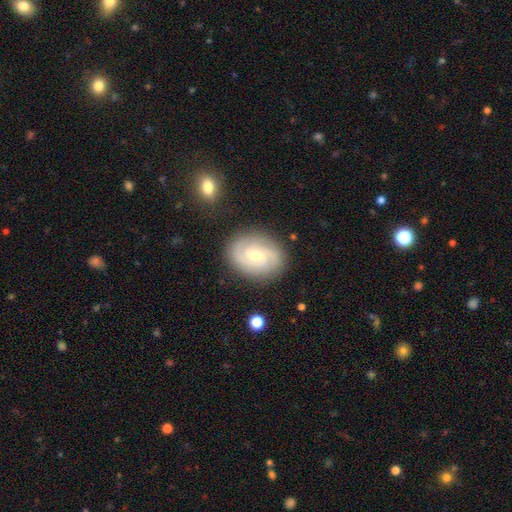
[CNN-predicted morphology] Smooth or featured: featured or disk — 82% (smooth — 13%)
Edge-on disk: no — 97% (yes — 3%)
Bar: weak — 51% (no — 39%)
Spiral arms: yes — 96% (no — 4%)
Spiral winding: tight — 59% (medium — 33%)
Spiral arm count: 2 — 46% (3 — 25%)
Bulge size: moderate — 53% (small — 43%)
Merging: none — 84% (minor disturbance — 11%)